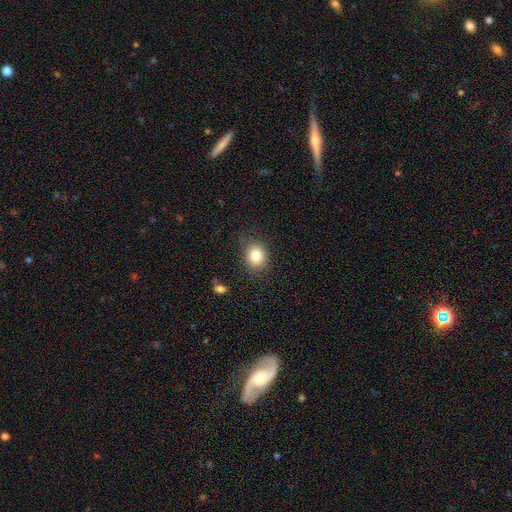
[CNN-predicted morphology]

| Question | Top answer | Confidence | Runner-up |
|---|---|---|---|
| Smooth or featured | smooth | 82% | star or artifact (10%) |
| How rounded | round | 61% | in between (38%) |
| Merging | none | 84% | minor disturbance (12%) |